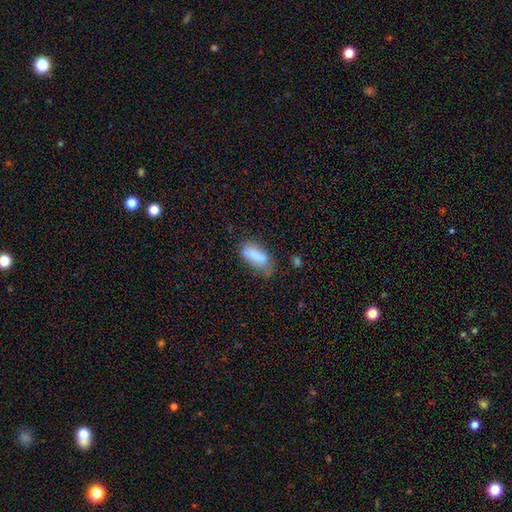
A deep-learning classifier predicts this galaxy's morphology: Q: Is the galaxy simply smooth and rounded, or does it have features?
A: smooth — 80%.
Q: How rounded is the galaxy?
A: in between — 83%.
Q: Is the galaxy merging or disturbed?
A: none — 40%.